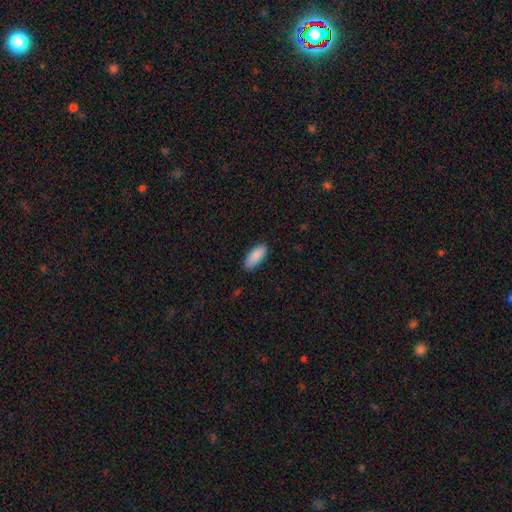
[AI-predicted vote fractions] smooth-or-featured: smooth: 90% | star or artifact: 6% | featured or disk: 4%
  how-rounded: in between: 85% | cigar-shaped: 13% | round: 2%
  merging: none: 86% | minor disturbance: 11% | major disturbance: 2% | merger: 1%